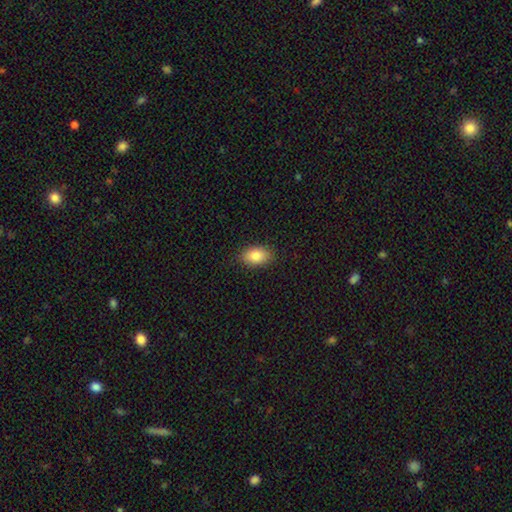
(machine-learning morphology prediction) A smooth galaxy with no disk features (84%) that is in between round and cigar-shaped (89%). Merging: none (87%).